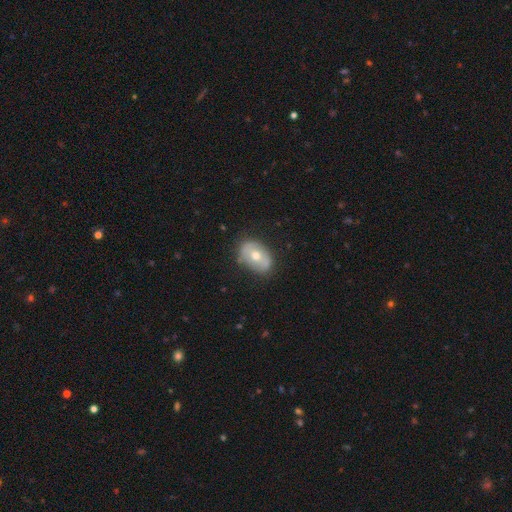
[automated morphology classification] This is possibly a smooth galaxy (51%). How rounded: likely in between (79%). Merging: likely none (73%).